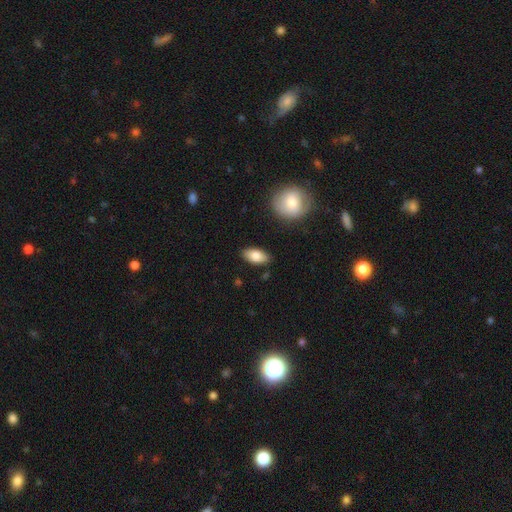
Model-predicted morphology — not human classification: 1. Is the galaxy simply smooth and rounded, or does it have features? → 81% smooth, 13% featured or disk, 7% star or artifact.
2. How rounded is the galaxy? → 92% in between, 5% cigar-shaped, 3% round.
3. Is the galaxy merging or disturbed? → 86% none, 10% minor disturbance, 2% major disturbance, 2% merger.